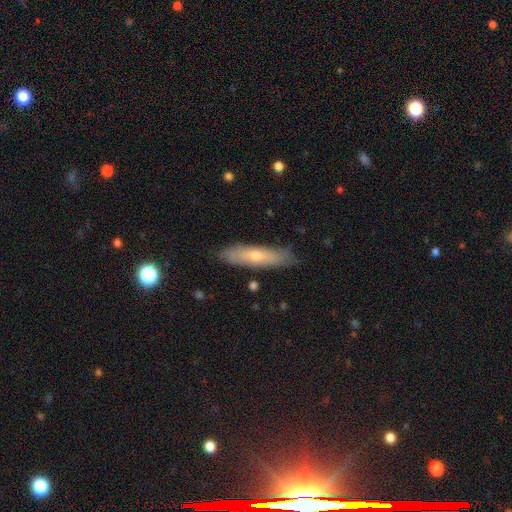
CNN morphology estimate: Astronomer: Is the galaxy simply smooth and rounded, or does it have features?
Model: smooth — 52% (runner-up: featured or disk, 42%).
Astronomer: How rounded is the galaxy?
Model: cigar-shaped — 76%.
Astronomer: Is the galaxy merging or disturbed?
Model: none — 83%.